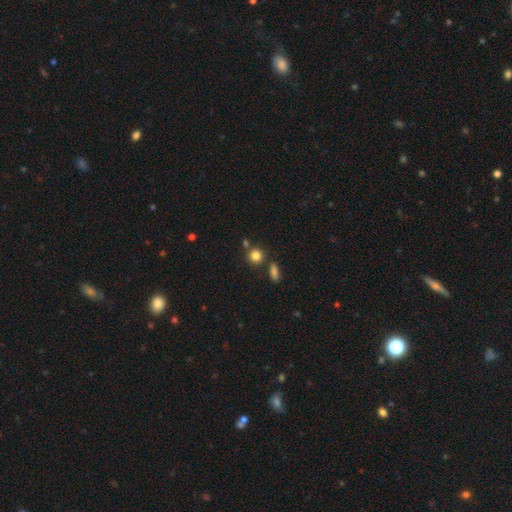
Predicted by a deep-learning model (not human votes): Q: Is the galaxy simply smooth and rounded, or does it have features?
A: smooth — 82%.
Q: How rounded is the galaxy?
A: round — 87%.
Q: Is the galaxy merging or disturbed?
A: none — 73%.